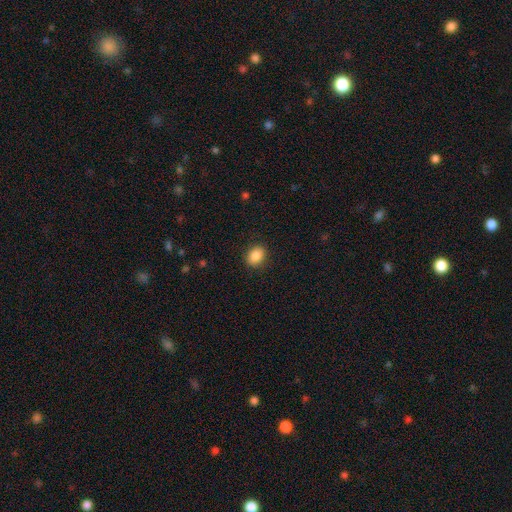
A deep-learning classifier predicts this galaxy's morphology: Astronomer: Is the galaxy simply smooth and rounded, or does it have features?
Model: smooth — 87%.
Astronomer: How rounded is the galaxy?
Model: in between — 63%.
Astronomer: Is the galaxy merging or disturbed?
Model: none — 89%.